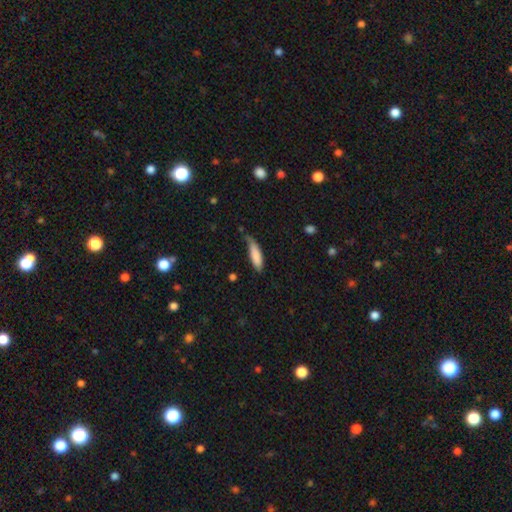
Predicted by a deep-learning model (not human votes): A smooth galaxy with no disk features (84%) that is cigar-shaped (55%).

Vote fractions:
- Smooth or featured? smooth: 84% / featured or disk: 10% / star or artifact: 6%
- How rounded? cigar-shaped: 55% / in between: 43% / round: 2%
- Merging? none: 46% / minor disturbance: 39% / major disturbance: 11% / merger: 4%